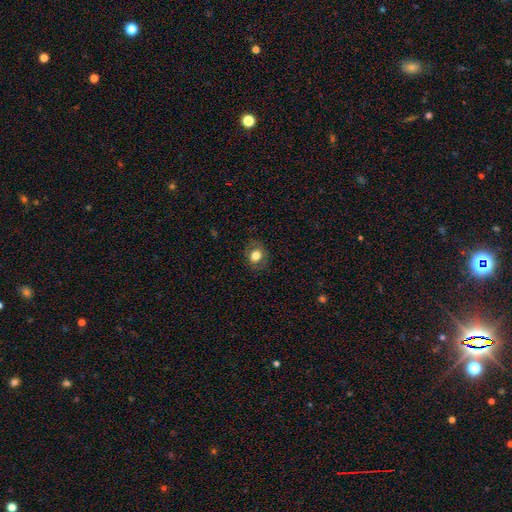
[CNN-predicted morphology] Smooth or featured? smooth (76%)
How rounded? round (59%)
Merging? none (83%)